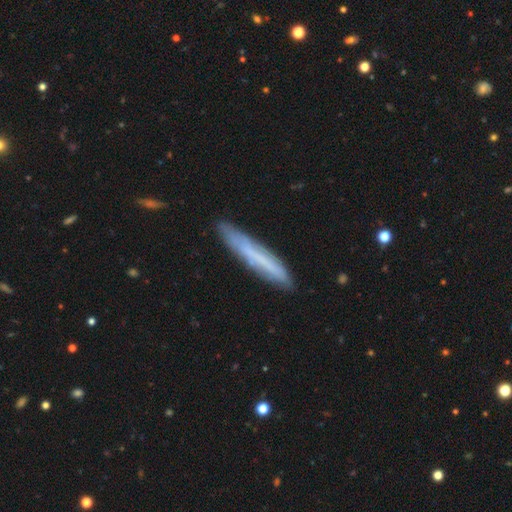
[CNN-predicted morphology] Smooth or featured?
  - smooth: 57% *
  - featured or disk: 36%
  - star or artifact: 7%
How rounded?
  - cigar-shaped: 94% *
  - in between: 5%
  - round: 1%
Merging?
  - none: 83% *
  - minor disturbance: 13%
  - major disturbance: 2%
  - merger: 2%